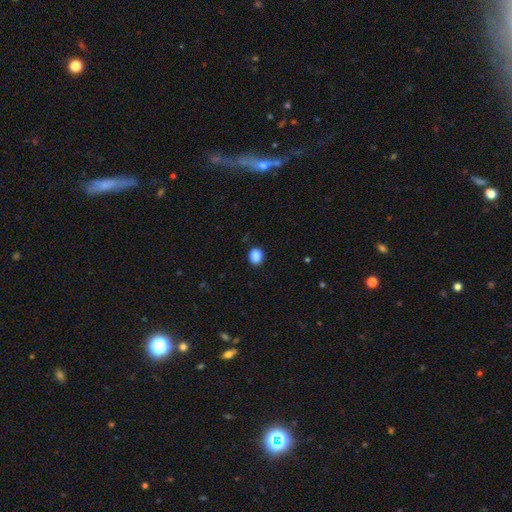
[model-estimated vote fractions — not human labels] Q: Smooth or featured?
A: smooth (88%); runner-up: star or artifact (9%)
Q: How rounded?
A: round (69%); runner-up: in between (30%)
Q: Merging?
A: none (89%); runner-up: minor disturbance (8%)